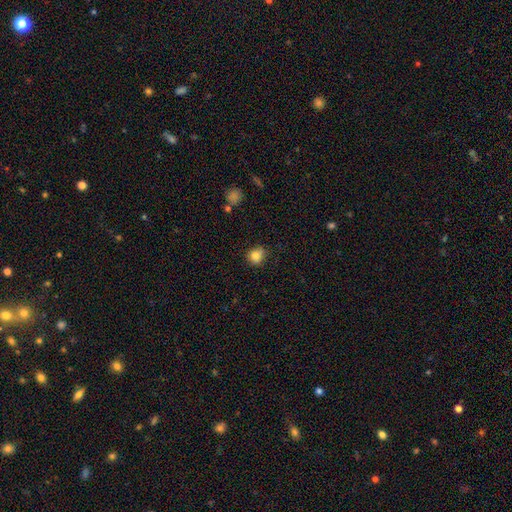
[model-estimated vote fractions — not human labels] Smooth or featured?
  - smooth: 82% *
  - star or artifact: 11%
  - featured or disk: 7%
How rounded?
  - round: 77% *
  - in between: 22%
  - cigar-shaped: 1%
Merging?
  - none: 71% *
  - minor disturbance: 21%
  - major disturbance: 4%
  - merger: 3%